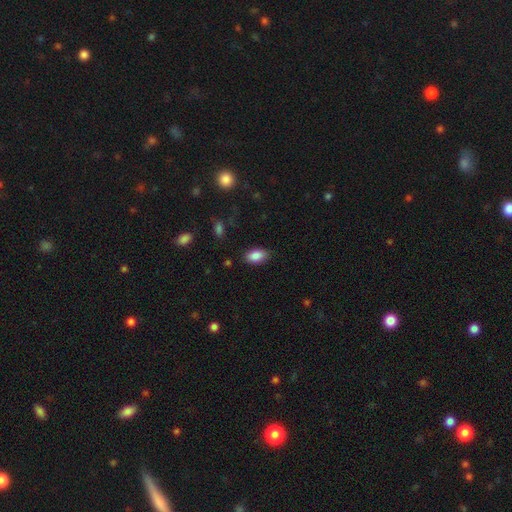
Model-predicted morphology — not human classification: This appears to be a smooth galaxy with no disk features (87%) that is in between round and cigar-shaped (92%). Merging: none (85%).